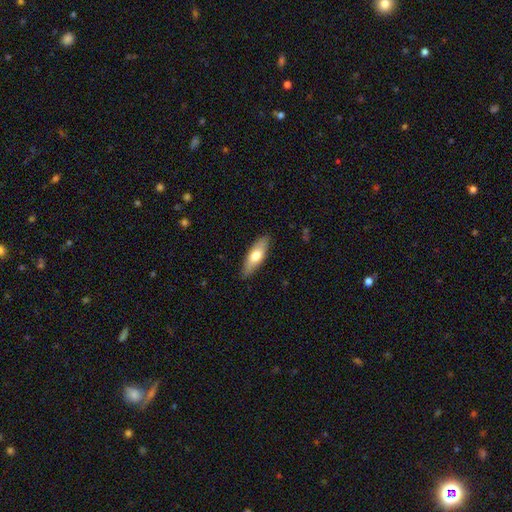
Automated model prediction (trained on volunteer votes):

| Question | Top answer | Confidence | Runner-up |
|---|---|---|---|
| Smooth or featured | smooth | 63% | featured or disk (31%) |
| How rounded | in between | 57% | cigar-shaped (41%) |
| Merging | none | 86% | minor disturbance (11%) |